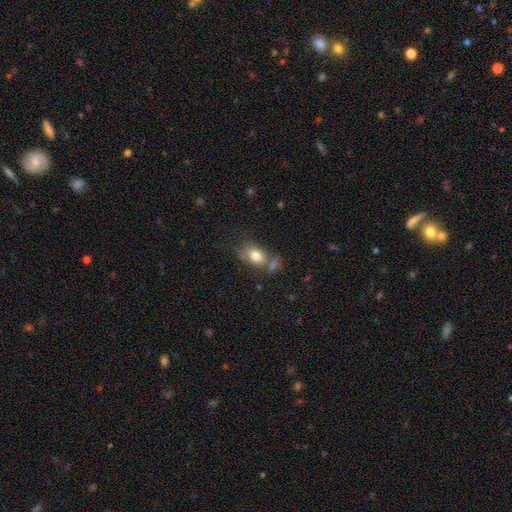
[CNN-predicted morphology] Smooth or featured? smooth (79%)
How rounded? in between (77%)
Merging? none (52%)